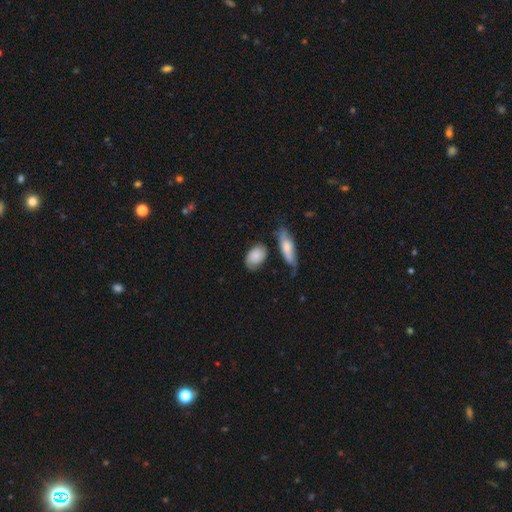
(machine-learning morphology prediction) Q: Smooth or featured?
A: smooth (66%); runner-up: featured or disk (26%)
Q: How rounded?
A: in between (82%); runner-up: round (15%)
Q: Merging?
A: none (57%); runner-up: minor disturbance (25%)